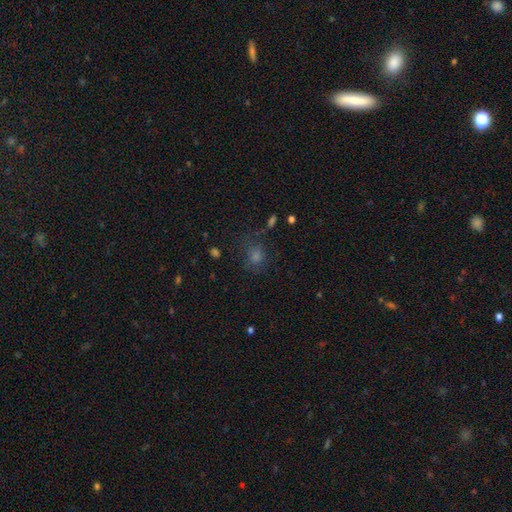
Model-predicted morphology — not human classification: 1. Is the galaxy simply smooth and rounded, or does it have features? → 67% smooth, 22% star or artifact, 10% featured or disk.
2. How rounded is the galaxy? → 66% round, 32% in between, 1% cigar-shaped.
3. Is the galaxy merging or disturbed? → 65% none, 19% minor disturbance, 13% major disturbance, 3% merger.